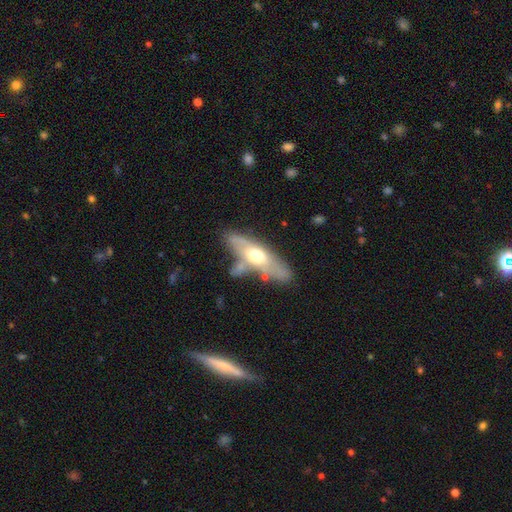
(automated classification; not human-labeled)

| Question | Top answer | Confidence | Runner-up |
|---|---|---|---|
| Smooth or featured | featured or disk | 52% | smooth (42%) |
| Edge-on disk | yes | 55% | no (45%) |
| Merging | none | 62% | minor disturbance (20%) |